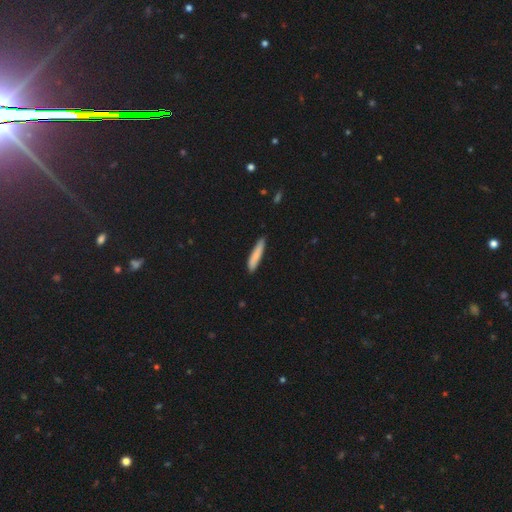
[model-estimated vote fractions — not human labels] Smooth or featured: smooth — 83% (featured or disk — 12%)
How rounded: cigar-shaped — 90% (in between — 9%)
Merging: none — 84% (minor disturbance — 13%)